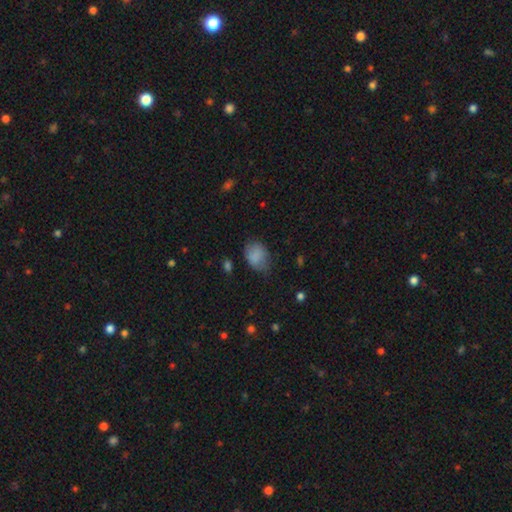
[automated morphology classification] The model was most divided on "merging": none: 51%, minor disturbance: 36%, major disturbance: 11%, merger: 2%. More confident: smooth or featured — smooth (82%); how rounded — in between (66%).